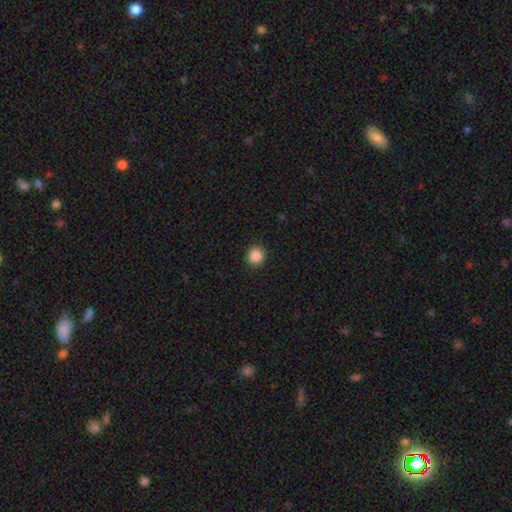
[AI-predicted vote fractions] smooth 87%, star or artifact 10%, featured or disk 3%. Down the decision tree: how rounded — round (88%); merging — none (91%).